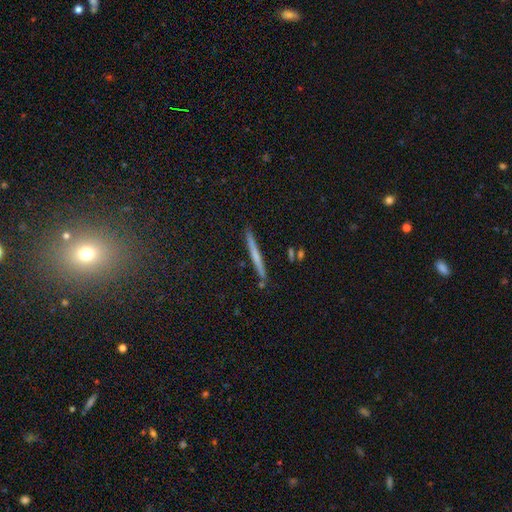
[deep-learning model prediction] Smooth or featured: featured or disk — 47% (smooth — 44%)
Merging: none — 88% (minor disturbance — 8%)